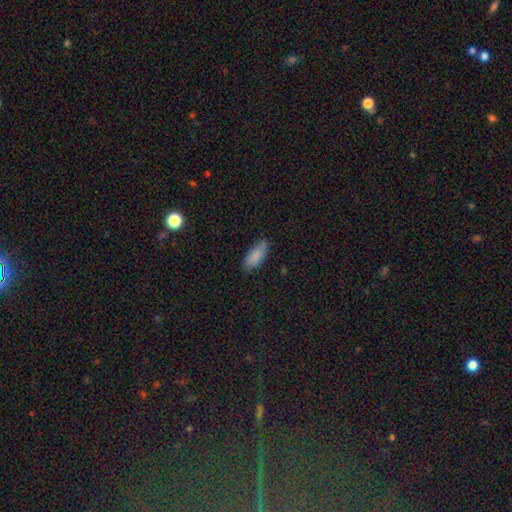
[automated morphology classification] A smooth galaxy with no disk features (86%) that is in between round and cigar-shaped (83%). Merging: none (73%).